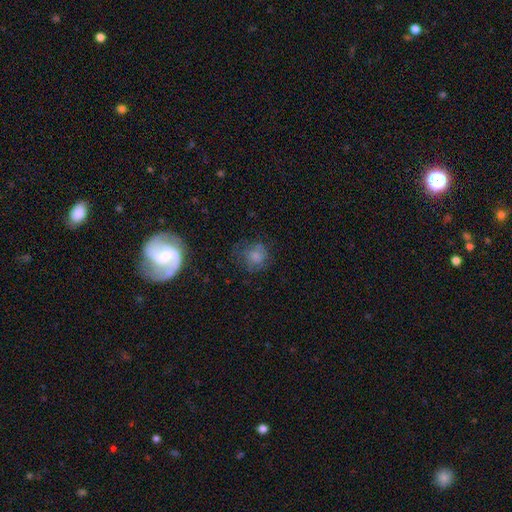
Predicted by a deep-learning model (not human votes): Smooth or featured?
  - smooth: 66% *
  - featured or disk: 23%
  - star or artifact: 12%
How rounded?
  - round: 79% *
  - in between: 20%
  - cigar-shaped: 1%
Merging?
  - none: 57% *
  - minor disturbance: 23%
  - major disturbance: 18%
  - merger: 2%